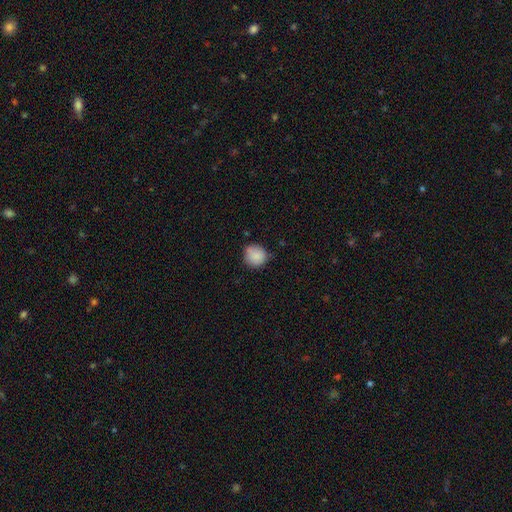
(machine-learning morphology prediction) A smooth galaxy with no disk features (87%) that is round (87%).

Vote fractions:
- Smooth or featured? smooth: 87% / star or artifact: 8% / featured or disk: 5%
- How rounded? round: 87% / in between: 12% / cigar-shaped: 1%
- Merging? none: 70% / minor disturbance: 24% / major disturbance: 4% / merger: 2%